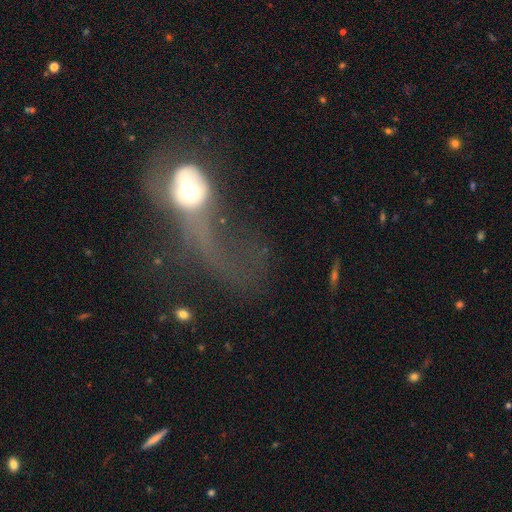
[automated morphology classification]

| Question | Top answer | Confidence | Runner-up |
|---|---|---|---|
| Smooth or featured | featured or disk | 44% | smooth (39%) |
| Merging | major disturbance | 63% | merger (16%) |